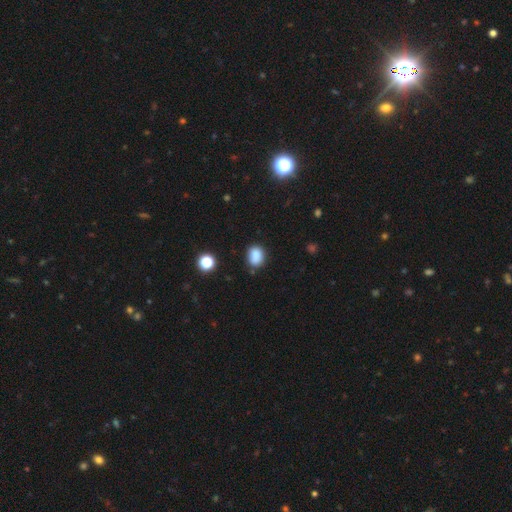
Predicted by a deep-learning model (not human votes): Smooth or featured: smooth — 85% (star or artifact — 11%)
How rounded: in between — 56% (round — 43%)
Merging: none — 77% (minor disturbance — 16%)